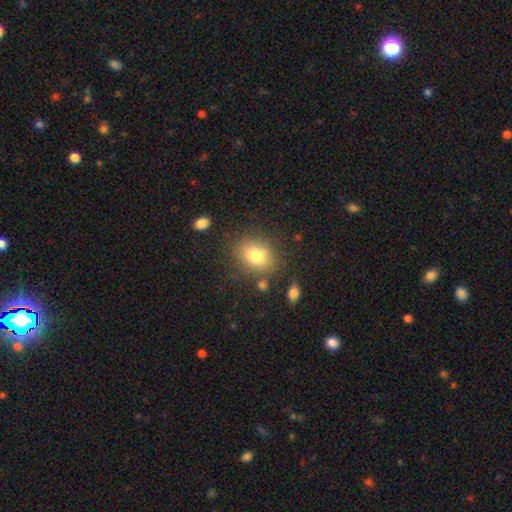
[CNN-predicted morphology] Smooth or featured? smooth (79%)
How rounded? in between (53%)
Merging? none (78%)